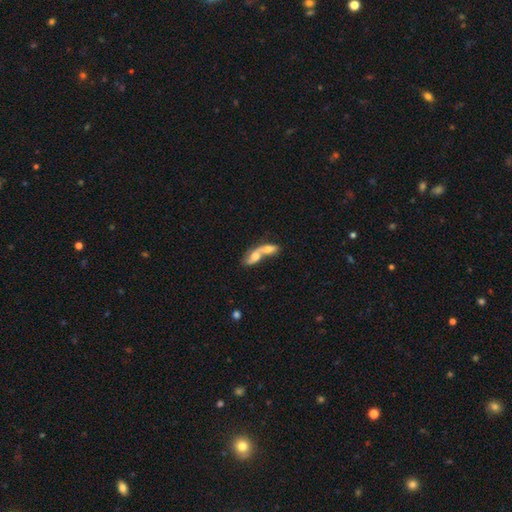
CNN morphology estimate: type=smooth (52%); roundness=in between (72%); merging=merger (78%).